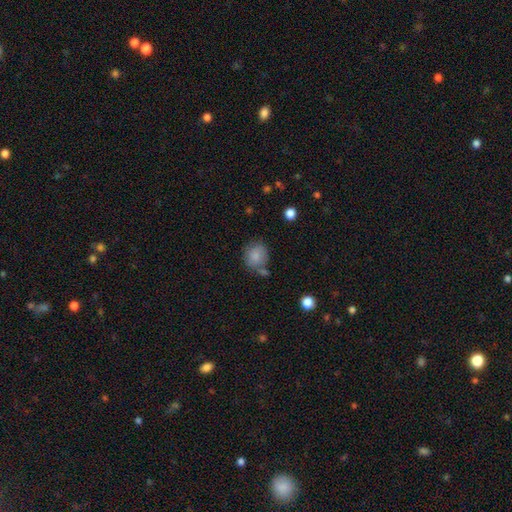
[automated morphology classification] smooth 84%, star or artifact 8%, featured or disk 8%. Down the decision tree: how rounded — round (74%); merging — none (59%).